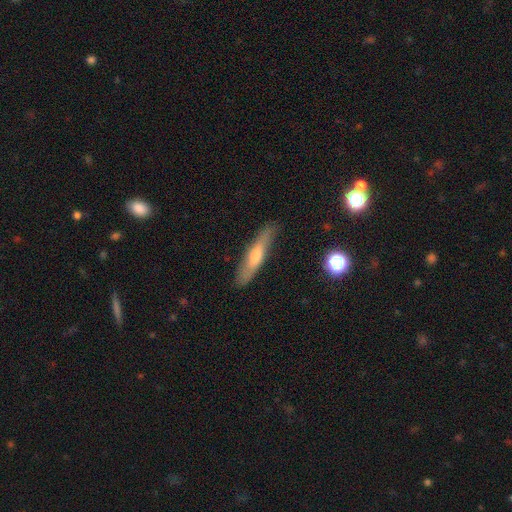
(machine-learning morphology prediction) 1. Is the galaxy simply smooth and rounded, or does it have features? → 47% featured or disk, 45% smooth, 8% star or artifact.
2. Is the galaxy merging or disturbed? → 84% none, 12% minor disturbance, 2% major disturbance, 1% merger.